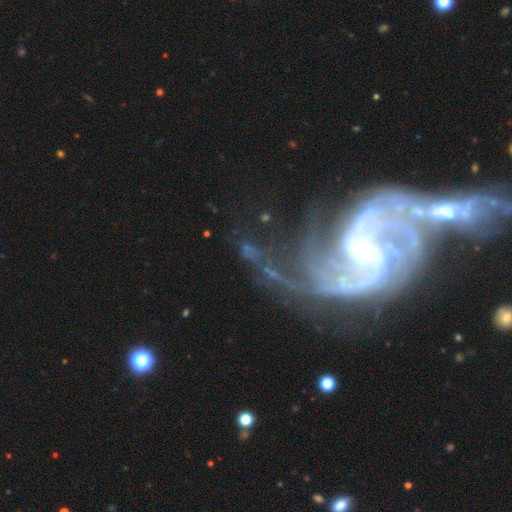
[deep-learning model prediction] smooth_or_featured: featured or disk (p=0.90) [alt: star or artifact p=0.07]
disk_edge_on: no (p=0.98) [alt: yes p=0.02]
bar: no (p=0.47) [alt: weak p=0.37]
has_spiral_arms: yes (p=0.97) [alt: no p=0.03]
spiral_winding: medium (p=0.47) [alt: loose p=0.27]
spiral_arm_count: 2 (p=0.46) [alt: 3 p=0.15]
bulge_size: small (p=0.68) [alt: moderate p=0.25]
merging: none (p=0.45) [alt: major disturbance p=0.31]